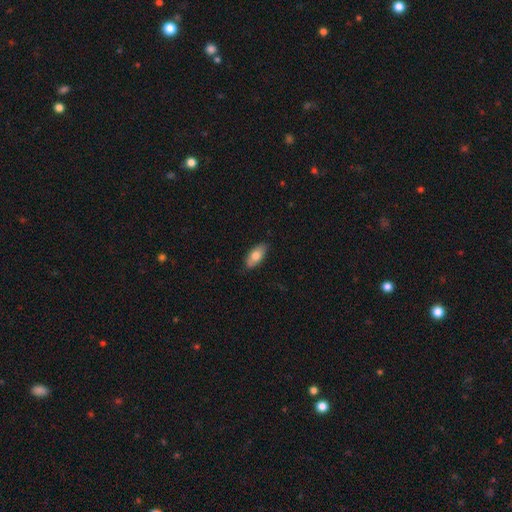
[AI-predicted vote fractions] Smooth or featured? smooth (74%)
How rounded? in between (88%)
Merging? none (84%)